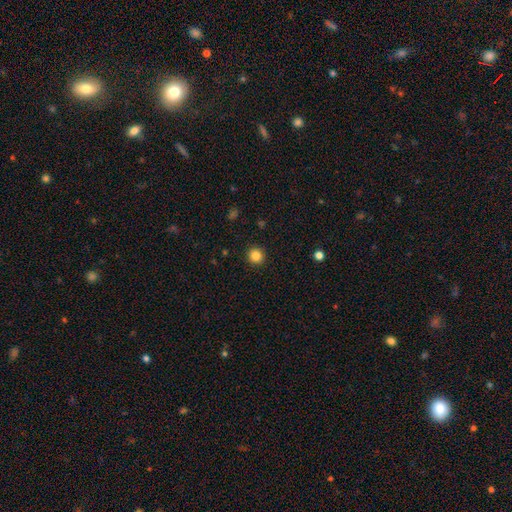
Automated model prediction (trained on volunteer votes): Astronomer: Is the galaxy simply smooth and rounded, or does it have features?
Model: smooth — 85%.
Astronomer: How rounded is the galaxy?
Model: round — 94%.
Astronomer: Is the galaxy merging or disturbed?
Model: none — 93%.